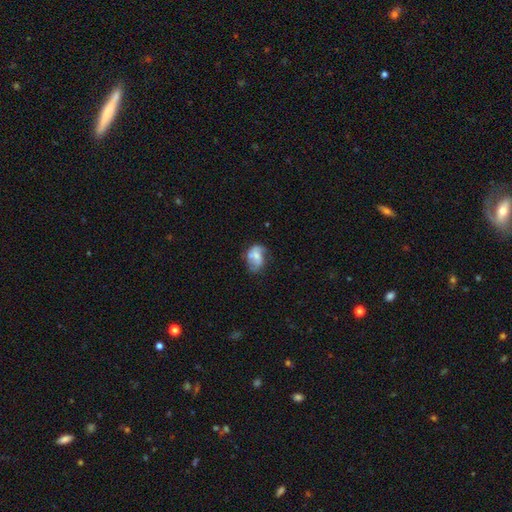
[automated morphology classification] Overall: featured or disk (51%; smooth 41%). Edge-on disk: no (97%). Merging: none (44%; minor disturbance 30%).